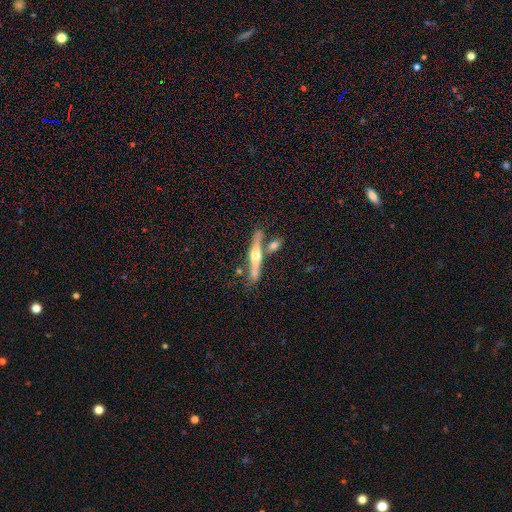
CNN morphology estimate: Overall: featured or disk (69%). Edge-on disk: yes (95%). Edge-on bulge: rounded (92%). Merging: none (68%).